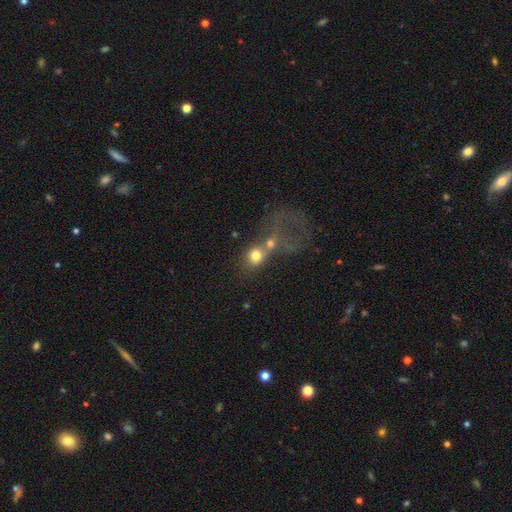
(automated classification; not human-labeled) smooth-or-featured: smooth: 65% | featured or disk: 21% | star or artifact: 14%
  how-rounded: round: 66% | in between: 32% | cigar-shaped: 2%
  merging: merger: 60% | none: 19% | major disturbance: 14% | minor disturbance: 7%